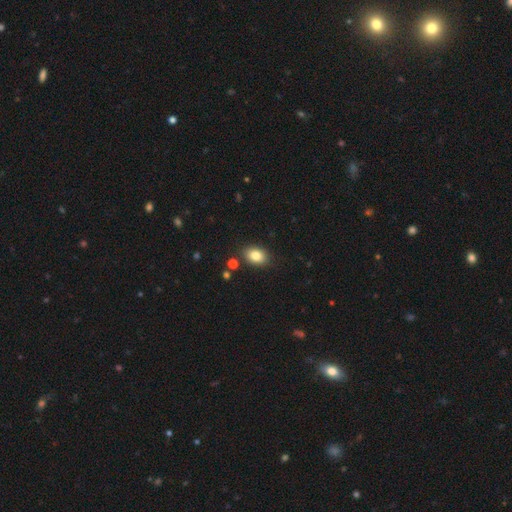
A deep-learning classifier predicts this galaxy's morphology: Q: Smooth or featured?
A: smooth (83%); runner-up: star or artifact (9%)
Q: How rounded?
A: in between (77%); runner-up: round (22%)
Q: Merging?
A: none (85%); runner-up: minor disturbance (9%)